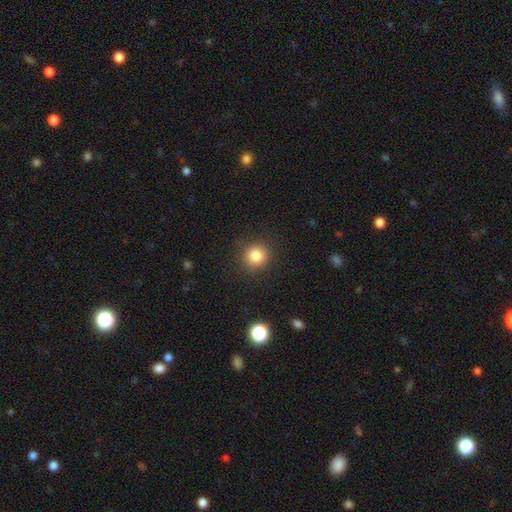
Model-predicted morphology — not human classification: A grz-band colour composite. It shows a smooth galaxy with no disk features (82%) that is round (92%). Merging: none (89%).